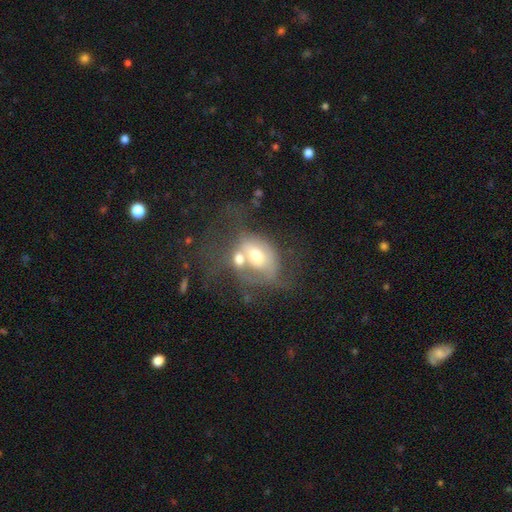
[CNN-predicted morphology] A featured or disk galaxy (46%). Merging: merger (51%).